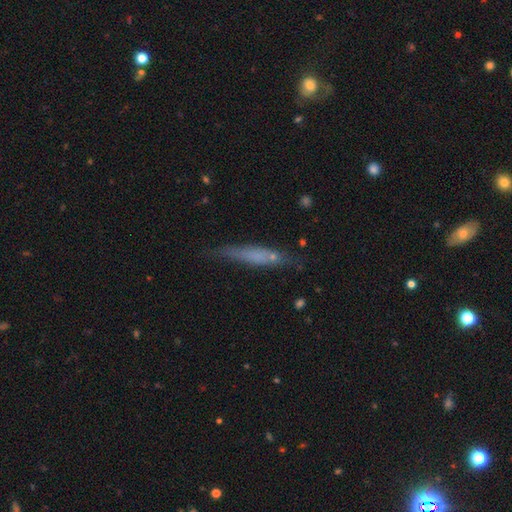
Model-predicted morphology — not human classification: Smooth or featured? smooth (57%)
How rounded? cigar-shaped (89%)
Merging? none (71%)